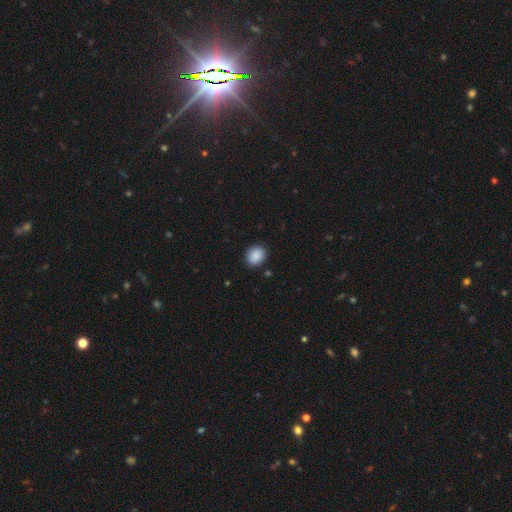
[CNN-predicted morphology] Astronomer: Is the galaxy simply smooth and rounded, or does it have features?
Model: smooth — 89%.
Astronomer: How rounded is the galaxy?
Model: round — 57% (runner-up: in between, 42%).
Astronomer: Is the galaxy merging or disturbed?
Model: none — 88%.